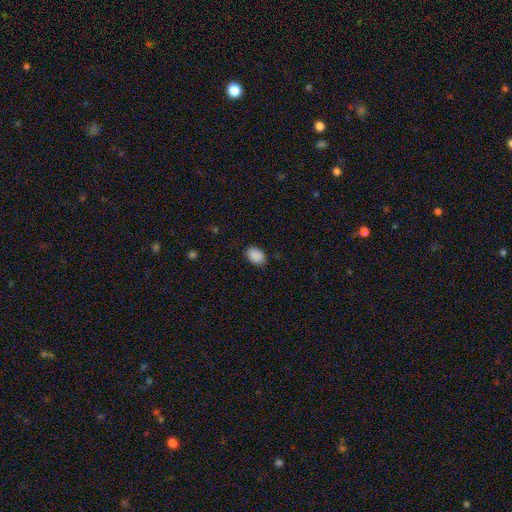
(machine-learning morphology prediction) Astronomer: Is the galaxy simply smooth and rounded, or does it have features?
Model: smooth — 90%.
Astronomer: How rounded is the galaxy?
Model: in between — 83%.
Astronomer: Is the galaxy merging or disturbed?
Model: none — 86%.